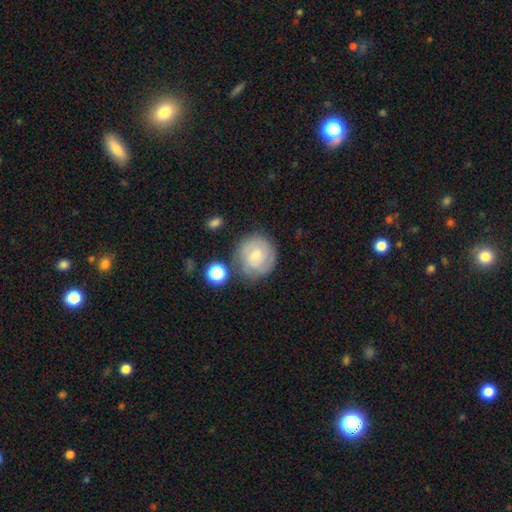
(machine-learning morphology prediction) smooth-or-featured: smooth: 53% | featured or disk: 39% | star or artifact: 8%
  how-rounded: round: 89% | in between: 10% | cigar-shaped: 1%
  merging: none: 67% | minor disturbance: 18% | merger: 8% | major disturbance: 7%